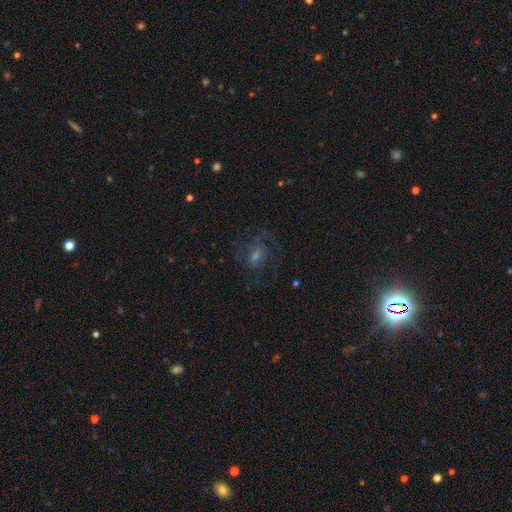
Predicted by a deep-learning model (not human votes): featured or disk 60%, smooth 21%, star or artifact 20%. Down the decision tree: edge-on disk — no (96%); bar — no (49%); spiral arms — yes (86%); bulge size — moderate (44%); merging — none (63%).